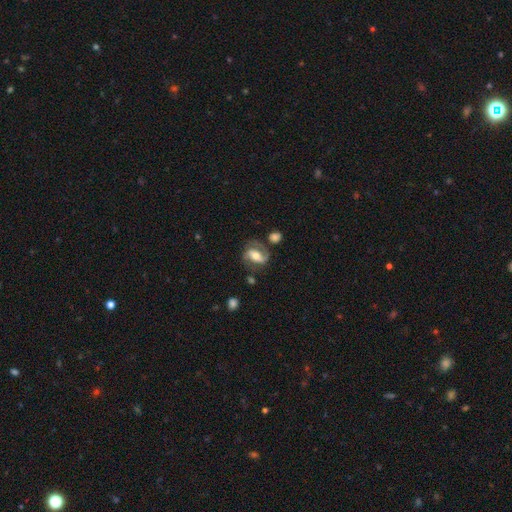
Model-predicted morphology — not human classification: Q: Smooth or featured?
A: featured or disk (75%); runner-up: smooth (18%)
Q: Edge-on disk?
A: no (96%); runner-up: yes (4%)
Q: Bar?
A: strong (42%); runner-up: weak (34%)
Q: Spiral arms?
A: yes (91%); runner-up: no (9%)
Q: Spiral winding?
A: medium (50%); runner-up: tight (26%)
Q: Spiral arm count?
A: 2 (86%); runner-up: 1 (6%)
Q: Bulge size?
A: moderate (65%); runner-up: small (19%)
Q: Merging?
A: none (65%); runner-up: minor disturbance (18%)